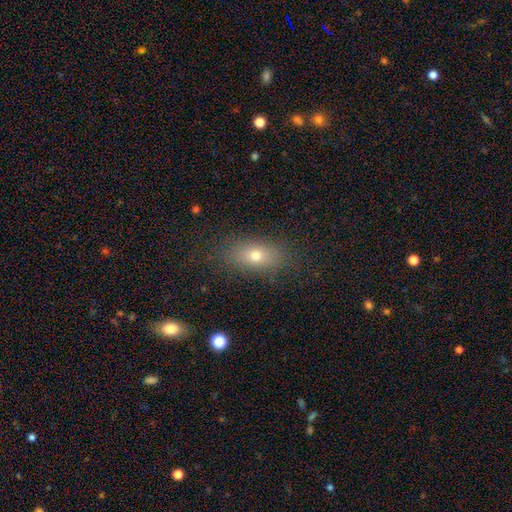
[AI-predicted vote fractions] Smooth or featured? smooth (70%)
How rounded? in between (79%)
Merging? none (83%)